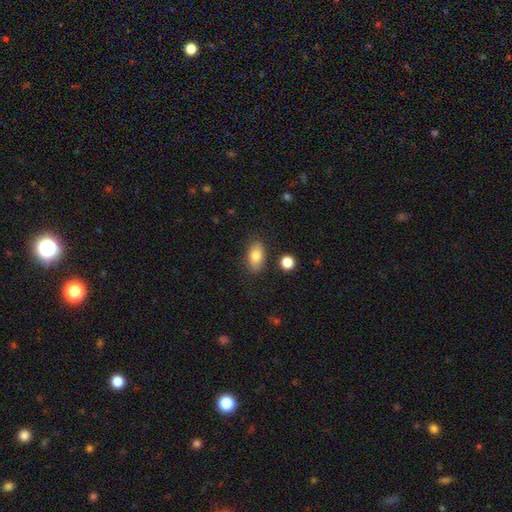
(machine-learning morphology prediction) Smooth or featured? Predicted: smooth (p=0.82). How rounded? Predicted: in between (p=0.89). Merging? Predicted: none (p=0.83).